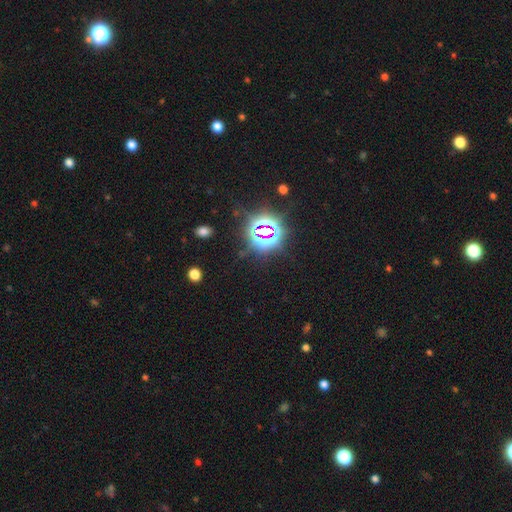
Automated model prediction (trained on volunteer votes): Smooth or featured: star or artifact — 83% (smooth — 11%)